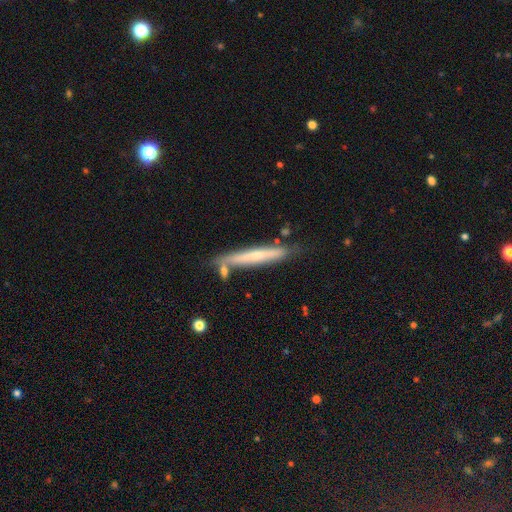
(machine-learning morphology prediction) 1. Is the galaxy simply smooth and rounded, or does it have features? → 48% smooth, 46% featured or disk, 6% star or artifact.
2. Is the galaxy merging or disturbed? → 73% none, 16% minor disturbance, 8% merger, 3% major disturbance.